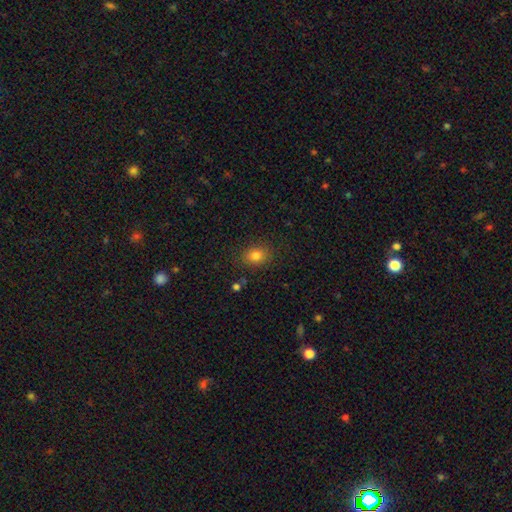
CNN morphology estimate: This is clearly a smooth galaxy (81%). How rounded: possibly round (51%). Merging: clearly none (85%).